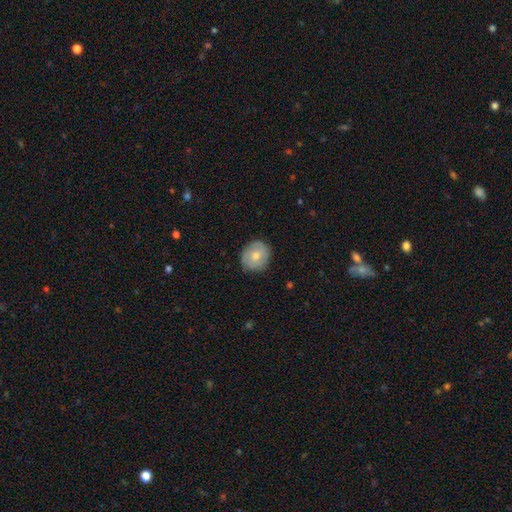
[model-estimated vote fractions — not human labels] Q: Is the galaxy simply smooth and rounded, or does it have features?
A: smooth — 64%.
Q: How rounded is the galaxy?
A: round — 84%.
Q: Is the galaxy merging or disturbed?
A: none — 81%.